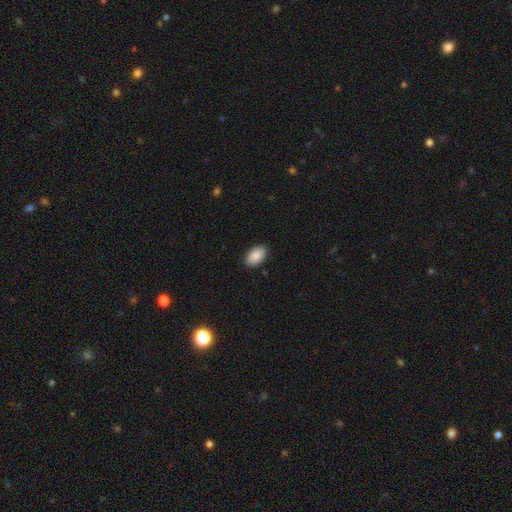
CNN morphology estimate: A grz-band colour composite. It shows a smooth galaxy with no disk features (90%) that is in between round and cigar-shaped (94%). Merging: none (89%).